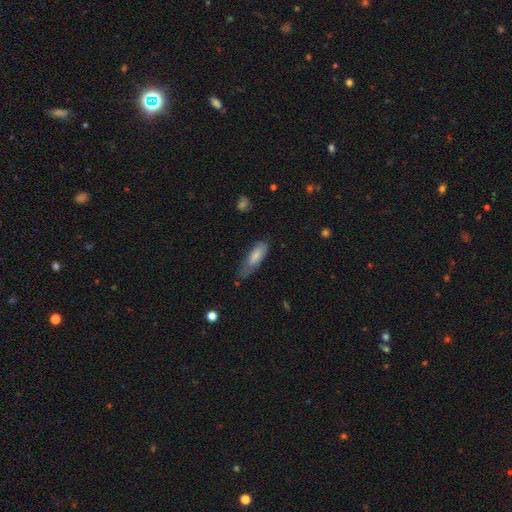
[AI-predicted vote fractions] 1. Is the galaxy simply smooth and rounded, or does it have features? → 74% smooth, 20% featured or disk, 6% star or artifact.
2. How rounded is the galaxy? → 61% in between, 37% cigar-shaped, 2% round.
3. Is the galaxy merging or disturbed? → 47% none, 37% minor disturbance, 13% major disturbance, 2% merger.